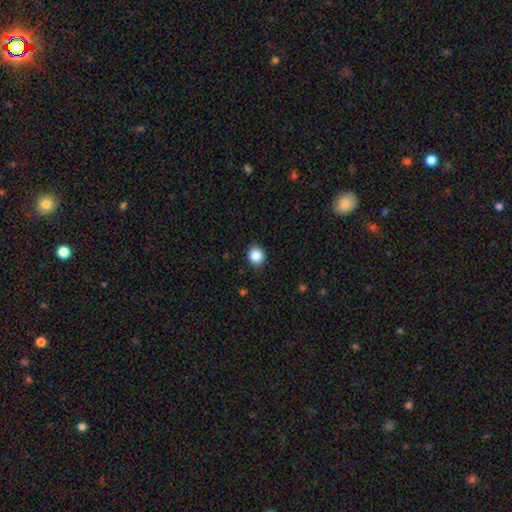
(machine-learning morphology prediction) type=smooth (86%); roundness=round (76%); merging=none (88%).